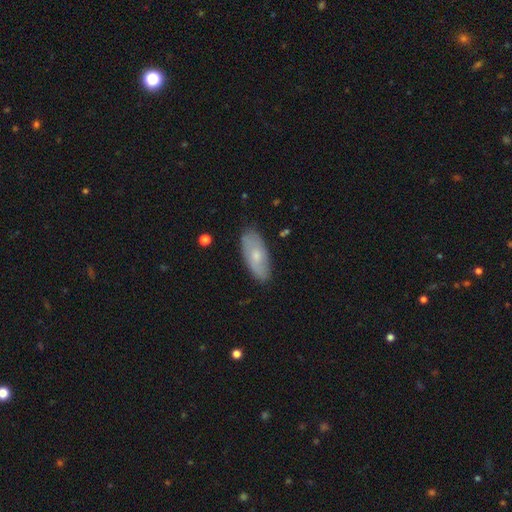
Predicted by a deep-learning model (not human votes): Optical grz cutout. It shows a smooth galaxy with no disk features (61%) that is in between round and cigar-shaped (82%). Merging: none (82%).